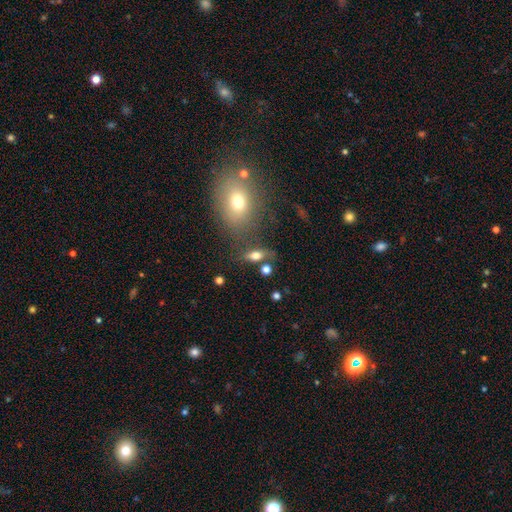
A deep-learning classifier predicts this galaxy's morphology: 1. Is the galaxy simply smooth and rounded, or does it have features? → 70% smooth, 19% featured or disk, 12% star or artifact.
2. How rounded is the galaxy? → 73% in between, 15% cigar-shaped, 12% round.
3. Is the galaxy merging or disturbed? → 64% none, 15% minor disturbance, 13% merger, 8% major disturbance.